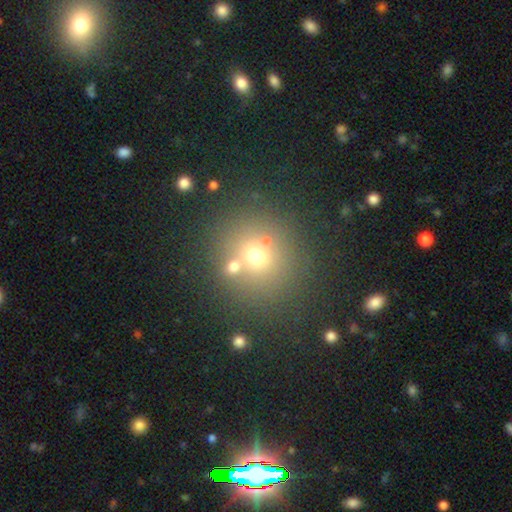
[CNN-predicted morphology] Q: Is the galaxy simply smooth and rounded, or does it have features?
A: smooth — 63%.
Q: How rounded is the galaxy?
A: round — 90%.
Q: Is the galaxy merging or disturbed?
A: none — 72%.